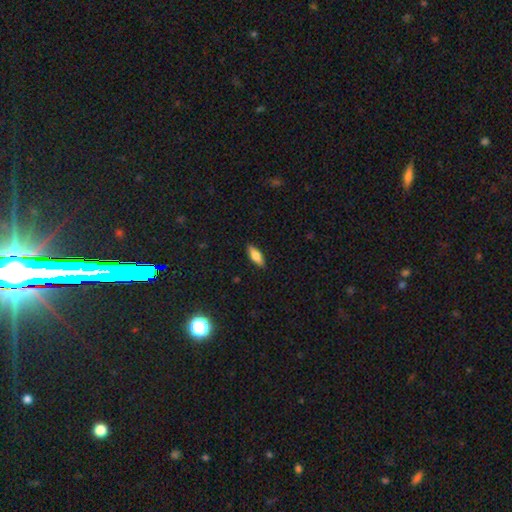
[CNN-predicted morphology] smooth_or_featured: smooth (p=0.67) [alt: featured or disk p=0.26]
how_rounded: in between (p=0.63) [alt: cigar-shaped p=0.34]
merging: none (p=0.88) [alt: minor disturbance p=0.09]